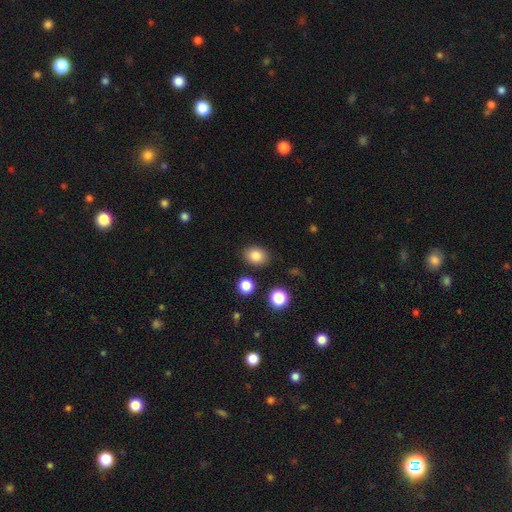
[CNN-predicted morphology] Smooth or featured? Predicted: smooth (p=0.84). How rounded? Predicted: in between (p=0.60). Merging? Predicted: none (p=0.85).